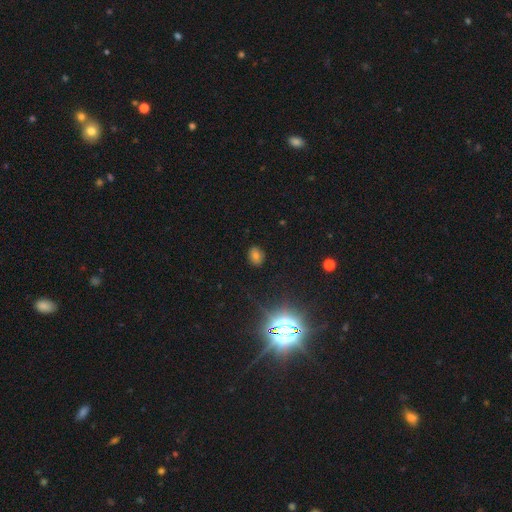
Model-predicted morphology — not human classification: Overall: smooth (52%; star or artifact 36%). How rounded: in between (57%; round 41%). Merging: none (85%).